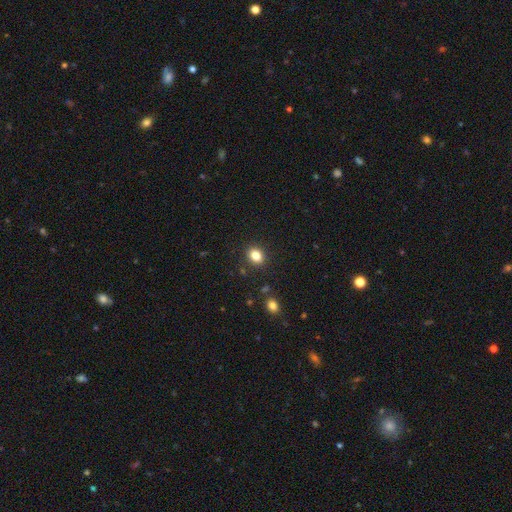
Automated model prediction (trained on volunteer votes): smooth_or_featured: smooth (p=0.83) [alt: star or artifact p=0.11]
how_rounded: in between (p=0.54) [alt: round p=0.45]
merging: none (p=0.88) [alt: minor disturbance p=0.08]